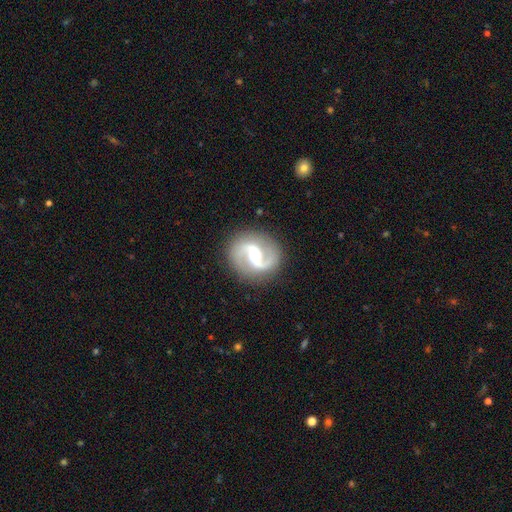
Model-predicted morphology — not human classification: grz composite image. It shows a featured or disk galaxy (90%) with a weak bar (51%), 2 (94%) medium (51%) spiral arms (97%) and a moderate central bulge (61%). Merging: none (86%).